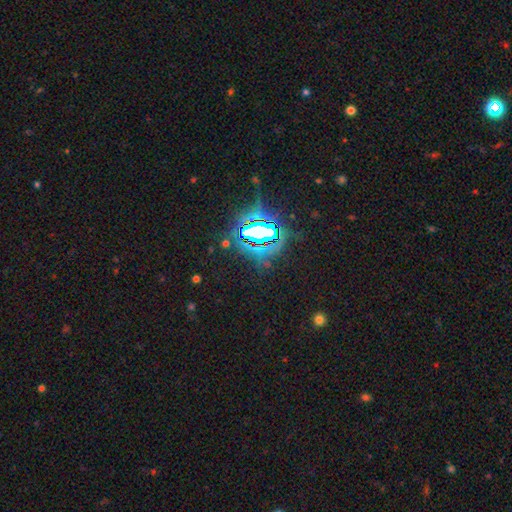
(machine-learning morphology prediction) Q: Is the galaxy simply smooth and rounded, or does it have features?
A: star or artifact — 82%.